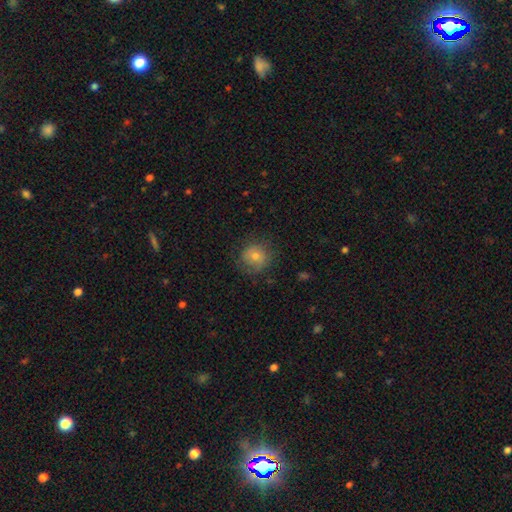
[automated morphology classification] This is likely a smooth galaxy (67%). How rounded: clearly round (87%). Merging: likely none (73%).